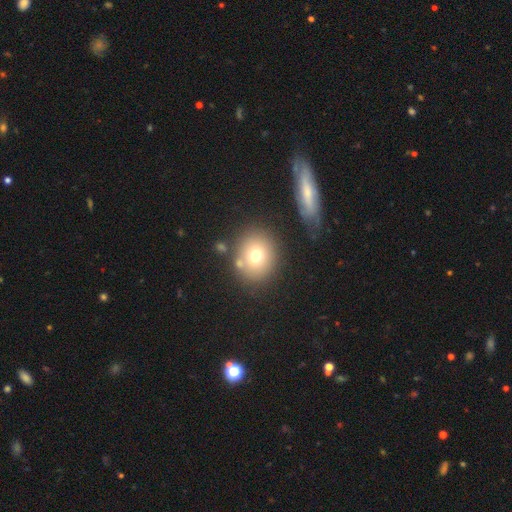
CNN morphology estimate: Q: Smooth or featured?
A: smooth (72%); runner-up: featured or disk (16%)
Q: How rounded?
A: round (71%); runner-up: in between (28%)
Q: Merging?
A: none (75%); runner-up: minor disturbance (11%)